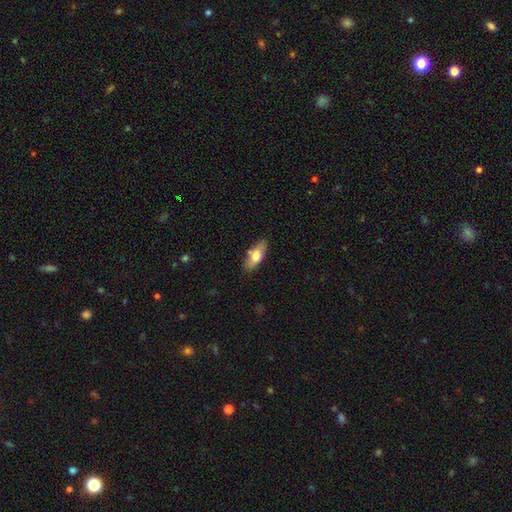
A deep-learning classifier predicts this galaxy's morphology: type=smooth (65%); roundness=in between (72%); merging=none (81%).